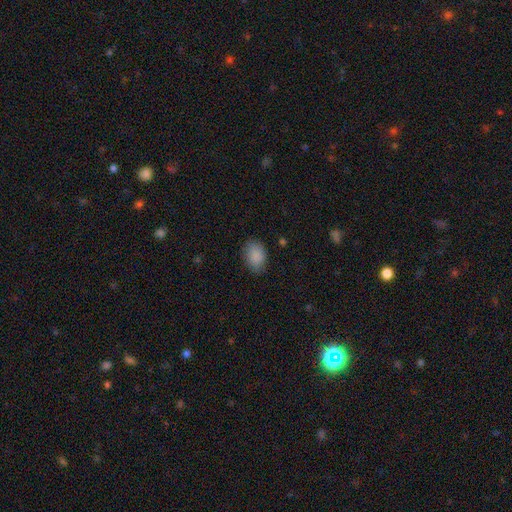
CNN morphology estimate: Smooth or featured? smooth (87%)
How rounded? in between (78%)
Merging? none (77%)